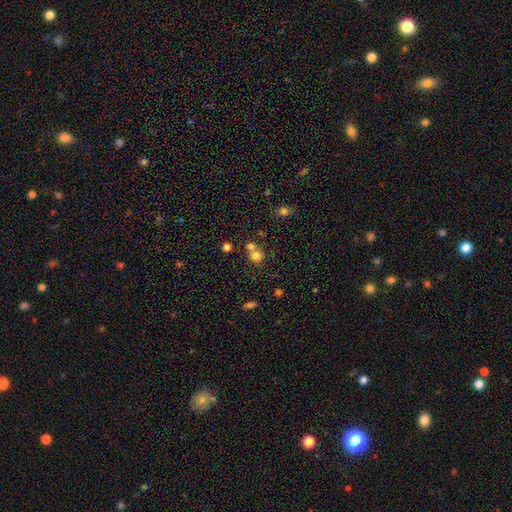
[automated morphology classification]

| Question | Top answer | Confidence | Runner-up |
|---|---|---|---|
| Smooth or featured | smooth | 74% | star or artifact (15%) |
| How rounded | round | 79% | in between (20%) |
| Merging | merger | 47% | none (42%) |